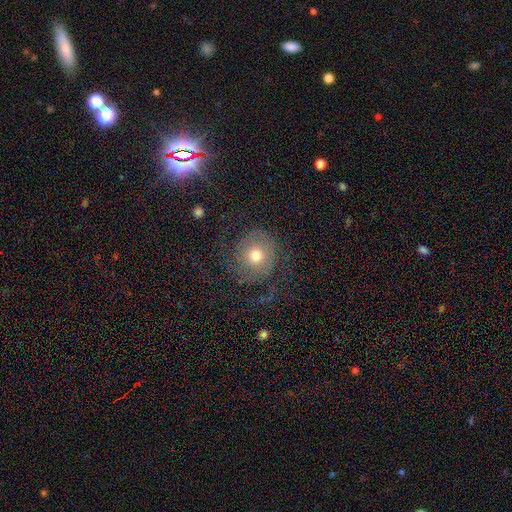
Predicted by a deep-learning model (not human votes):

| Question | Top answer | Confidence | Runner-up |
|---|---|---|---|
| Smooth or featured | smooth | 46% | featured or disk (43%) |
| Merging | none | 59% | major disturbance (24%) |